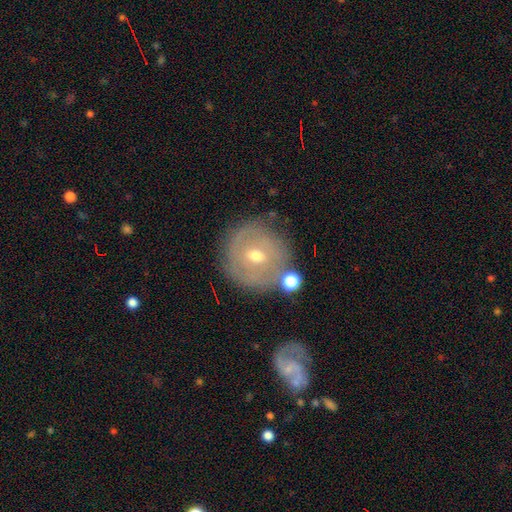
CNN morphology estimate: type=featured or disk (57%); edge-on=no (94%); bar=no (63%); spiral arms=yes (61%); bulge=moderate (54%); merging=none (76%).